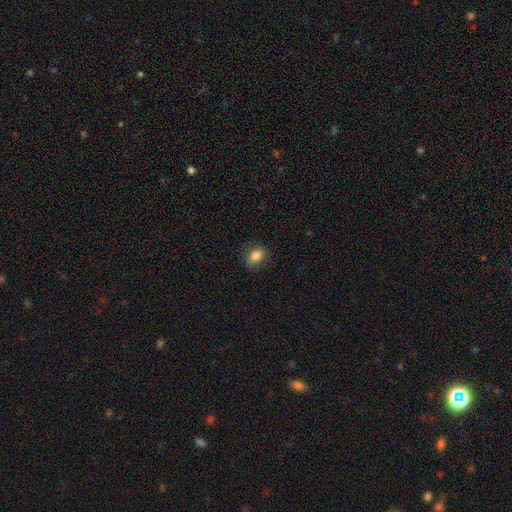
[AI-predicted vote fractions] smooth-or-featured: smooth: 81% | featured or disk: 9% | star or artifact: 9%
  how-rounded: in between: 78% | round: 20% | cigar-shaped: 2%
  merging: none: 75% | minor disturbance: 18% | major disturbance: 6% | merger: 1%